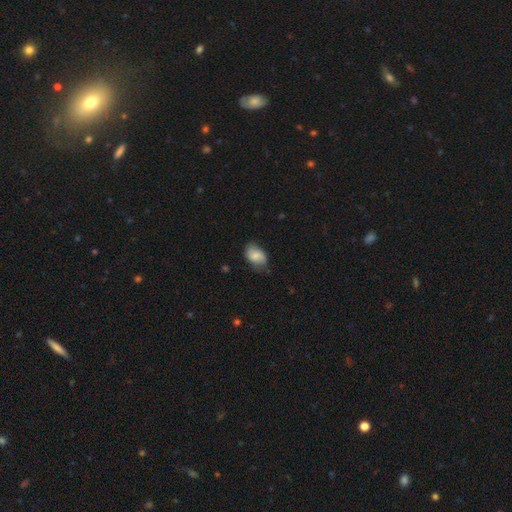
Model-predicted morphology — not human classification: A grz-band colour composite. It shows a smooth galaxy with no disk features (77%) that is in between round and cigar-shaped (87%). Merging: none (64%).